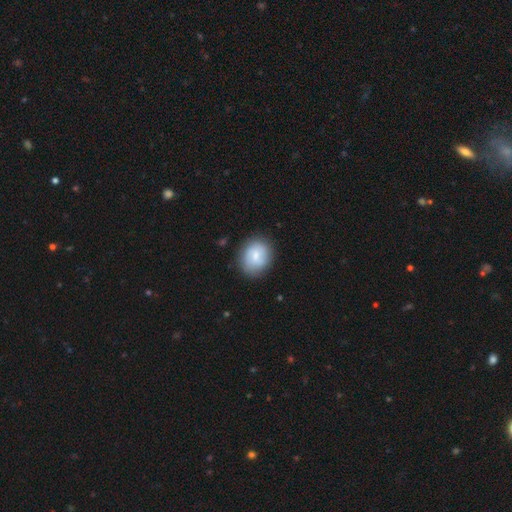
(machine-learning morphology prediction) smooth-or-featured: smooth: 65% | featured or disk: 28% | star or artifact: 7%
  how-rounded: round: 65% | in between: 34% | cigar-shaped: 1%
  merging: none: 82% | minor disturbance: 13% | major disturbance: 4% | merger: 1%